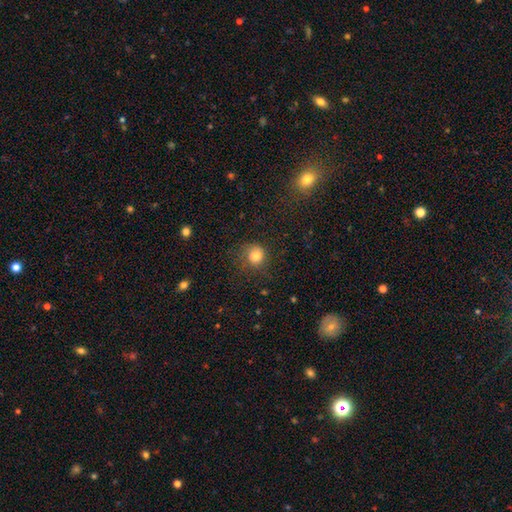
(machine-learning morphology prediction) The model was most divided on "merging": none: 72%, minor disturbance: 17%, major disturbance: 9%, merger: 2%. More confident: how rounded — round (88%); smooth or featured — smooth (79%).